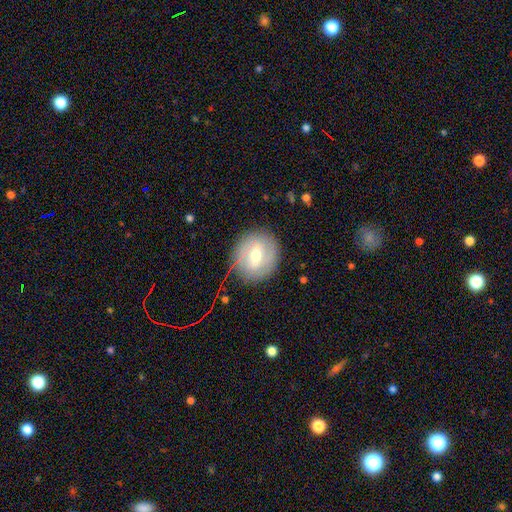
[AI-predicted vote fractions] The model was most divided on "smooth or featured": featured or disk: 54%, smooth: 38%, star or artifact: 8%. More confident: edge-on disk — no (92%); merging — none (79%).